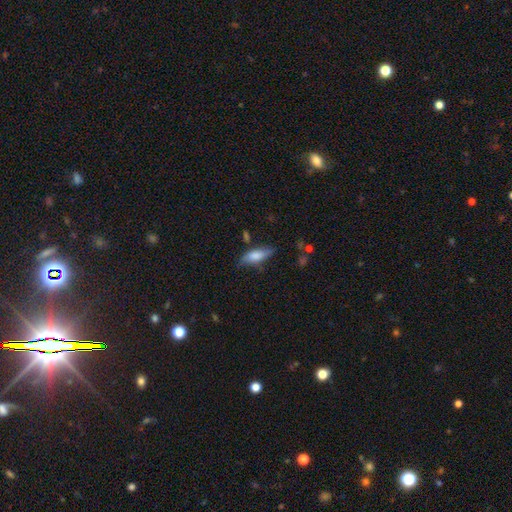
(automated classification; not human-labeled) Smooth or featured: smooth — 73% (featured or disk — 20%)
How rounded: in between — 66% (cigar-shaped — 32%)
Merging: none — 68% (minor disturbance — 23%)